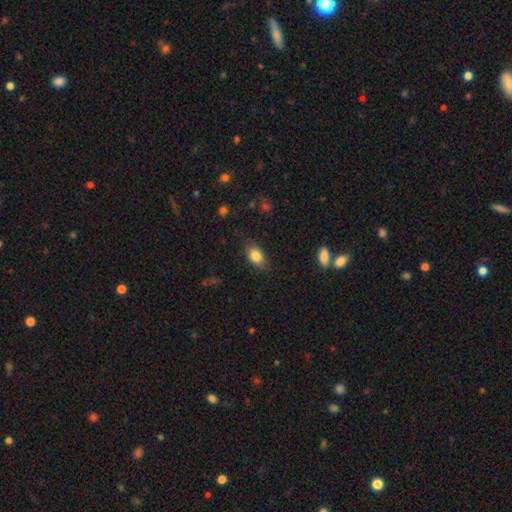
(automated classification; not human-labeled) This is clearly a smooth galaxy (84%). How rounded: clearly in between (86%). Merging: clearly none (81%).